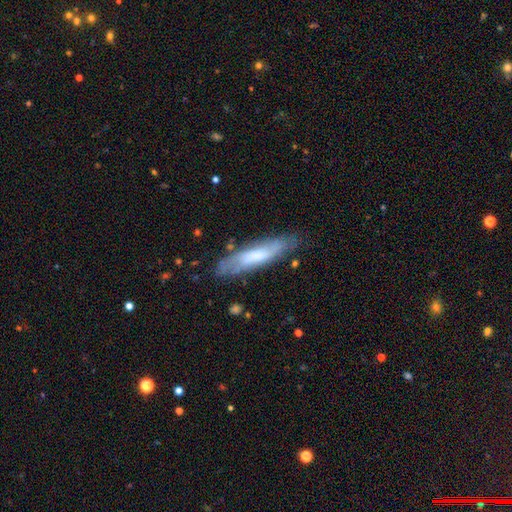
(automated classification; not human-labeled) smooth 52%, featured or disk 41%, star or artifact 7%. Down the decision tree: how rounded — cigar-shaped (76%); merging — none (73%).